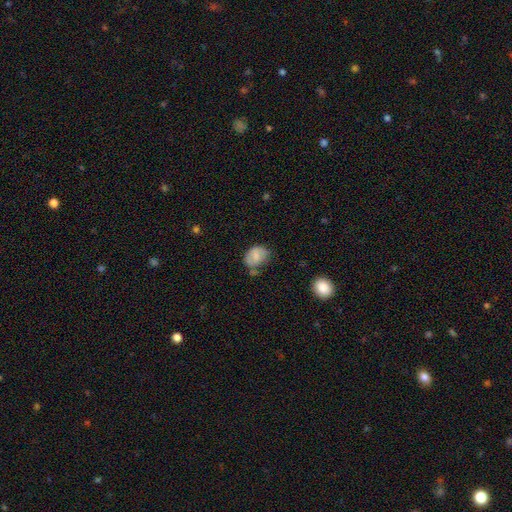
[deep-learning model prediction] smooth_or_featured: smooth (p=0.73) [alt: featured or disk p=0.18]
how_rounded: in between (p=0.67) [alt: round p=0.32]
merging: none (p=0.48) [alt: minor disturbance p=0.33]